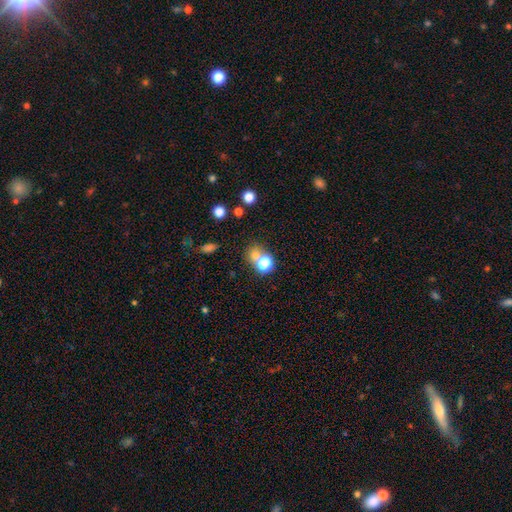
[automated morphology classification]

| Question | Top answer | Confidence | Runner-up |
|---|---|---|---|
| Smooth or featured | smooth | 69% | star or artifact (21%) |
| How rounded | round | 73% | in between (26%) |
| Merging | none | 48% | merger (39%) |